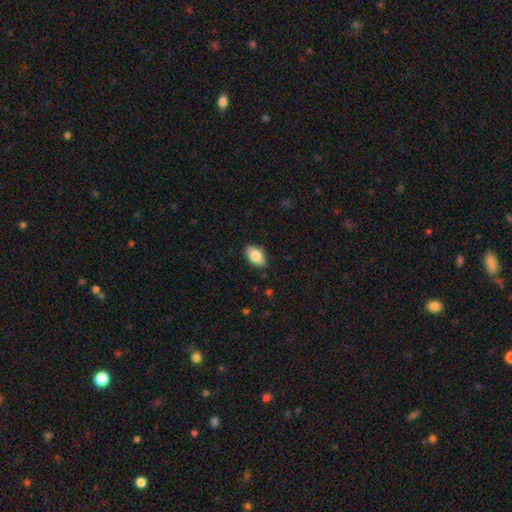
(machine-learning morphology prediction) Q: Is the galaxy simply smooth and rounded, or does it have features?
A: smooth — 85%.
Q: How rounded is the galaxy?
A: in between — 92%.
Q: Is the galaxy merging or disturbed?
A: none — 86%.